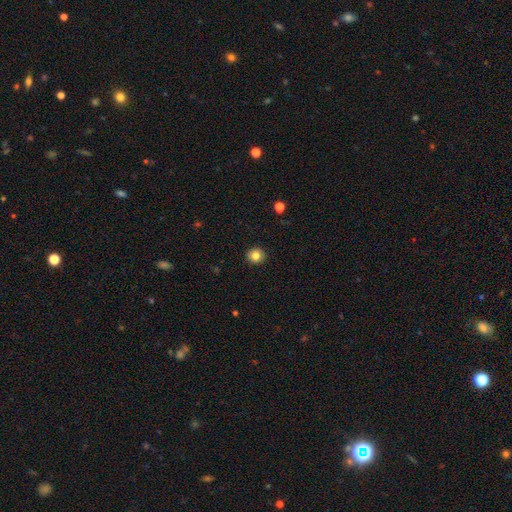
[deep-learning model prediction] Overall: smooth (83%). How rounded: round (89%). Merging: none (92%).